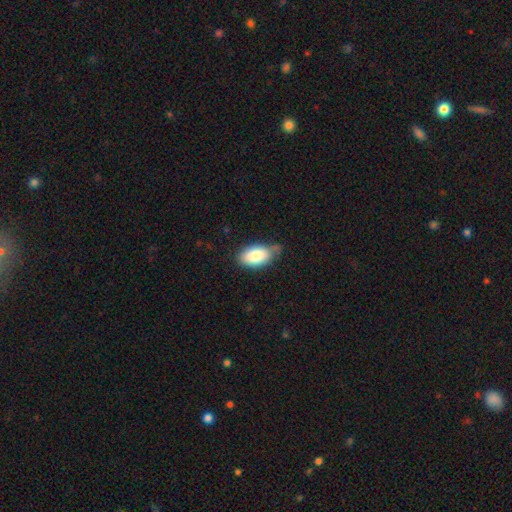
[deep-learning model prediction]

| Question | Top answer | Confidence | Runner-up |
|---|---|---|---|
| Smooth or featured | smooth | 83% | featured or disk (10%) |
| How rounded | in between | 93% | round (5%) |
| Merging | none | 63% | minor disturbance (27%) |